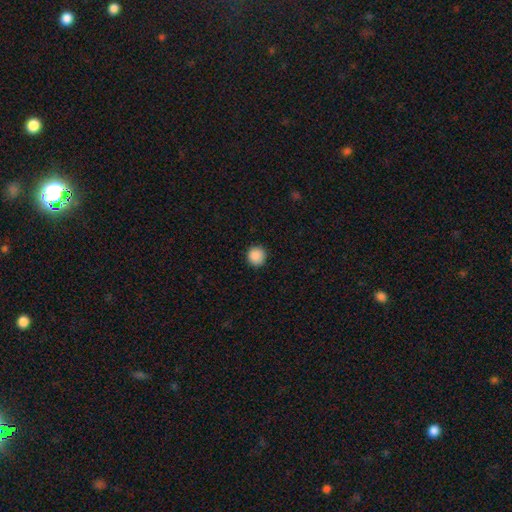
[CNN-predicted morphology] Smooth or featured: smooth — 88% (star or artifact — 9%)
How rounded: round — 94% (in between — 5%)
Merging: none — 90% (minor disturbance — 7%)